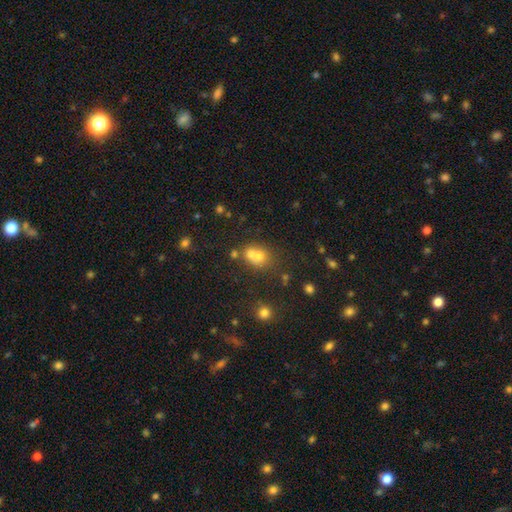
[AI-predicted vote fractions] Smooth or featured? smooth (66%)
How rounded? round (66%)
Merging? merger (55%)